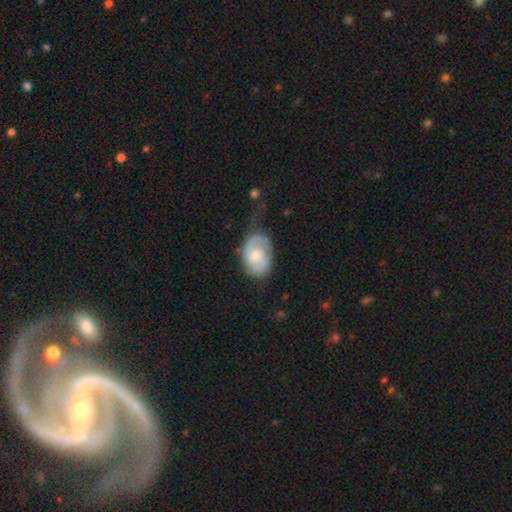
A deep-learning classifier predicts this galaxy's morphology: Smooth or featured? Predicted: featured or disk (p=0.55). Edge-on disk? Predicted: no (p=0.97). Bar? Predicted: no (p=0.58). Spiral arms? Predicted: yes (p=0.81). Bulge size? Predicted: moderate (p=0.58). Merging? Predicted: none (p=0.44).